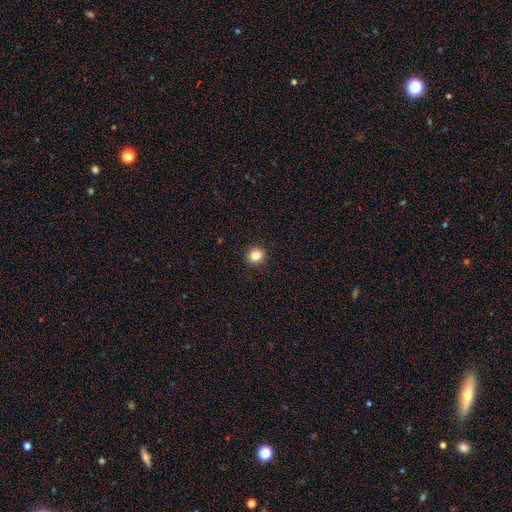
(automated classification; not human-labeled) smooth 84%, star or artifact 11%, featured or disk 5%. Down the decision tree: how rounded — round (89%); merging — none (92%).